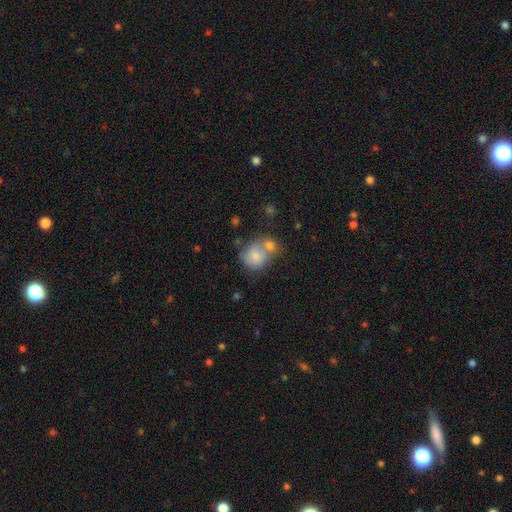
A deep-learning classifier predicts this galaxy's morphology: This is likely a smooth galaxy (77%). How rounded: likely round (67%). Merging: possibly merger (51%).